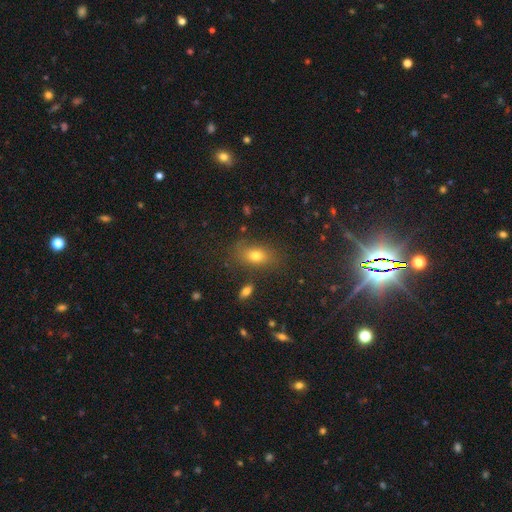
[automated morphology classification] smooth-or-featured: smooth: 70% | star or artifact: 18% | featured or disk: 12%
  how-rounded: in between: 78% | round: 18% | cigar-shaped: 4%
  merging: none: 79% | minor disturbance: 13% | major disturbance: 4% | merger: 4%